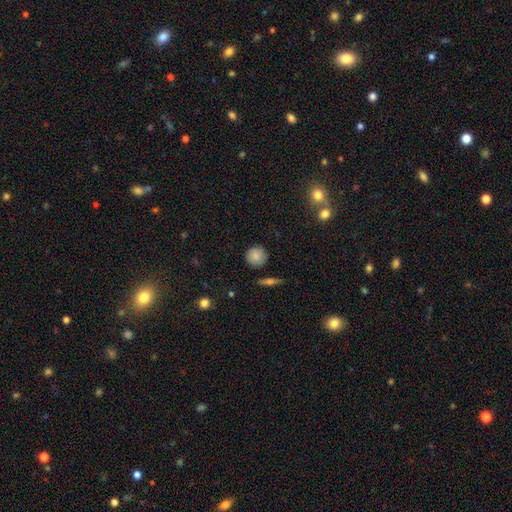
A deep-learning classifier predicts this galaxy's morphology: Smooth or featured? Predicted: smooth (p=0.82). How rounded? Predicted: round (p=0.92). Merging? Predicted: none (p=0.86).